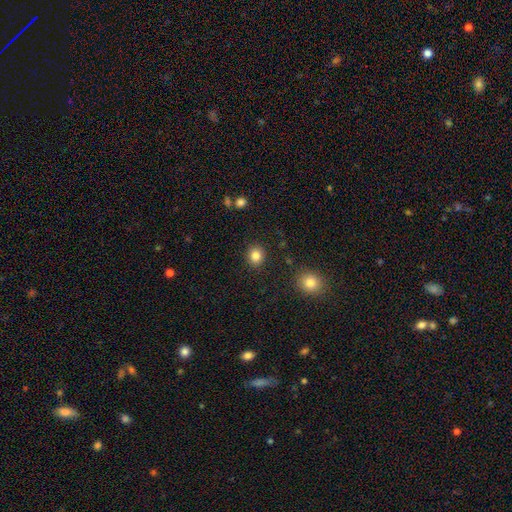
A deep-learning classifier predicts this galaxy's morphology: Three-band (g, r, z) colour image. It shows a smooth galaxy with no disk features (84%) that is round (78%). Merging: none (90%).